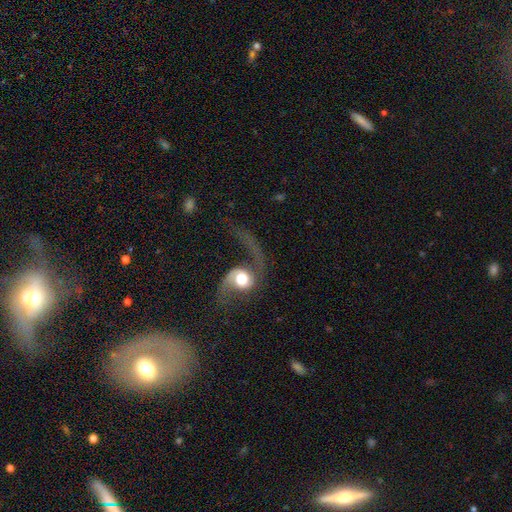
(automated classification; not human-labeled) The model was most divided on "merging": none: 41%, major disturbance: 31%, minor disturbance: 16%, merger: 12%. More confident: edge-on disk — no (93%); spiral arms — yes (82%); spiral winding — loose (73%); smooth or featured — featured or disk (67%); spiral arm count — 2 (64%); bar — no (61%); bulge size — moderate (52%).